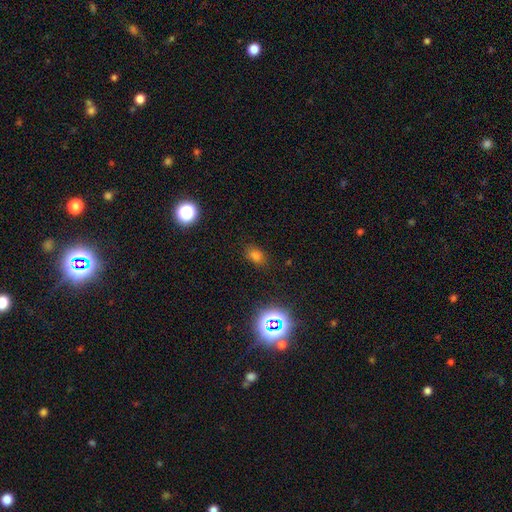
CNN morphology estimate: Smooth or featured? smooth (70%)
How rounded? in between (68%)
Merging? none (81%)